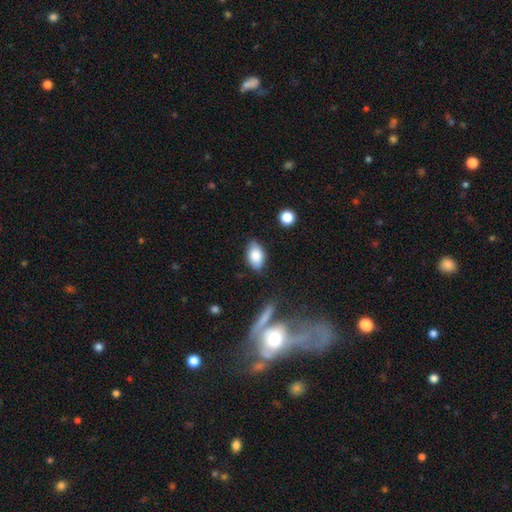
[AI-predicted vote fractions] Smooth or featured?
  - smooth: 83% *
  - featured or disk: 9%
  - star or artifact: 7%
How rounded?
  - in between: 91% *
  - round: 6%
  - cigar-shaped: 2%
Merging?
  - none: 80% *
  - minor disturbance: 15%
  - major disturbance: 3%
  - merger: 2%